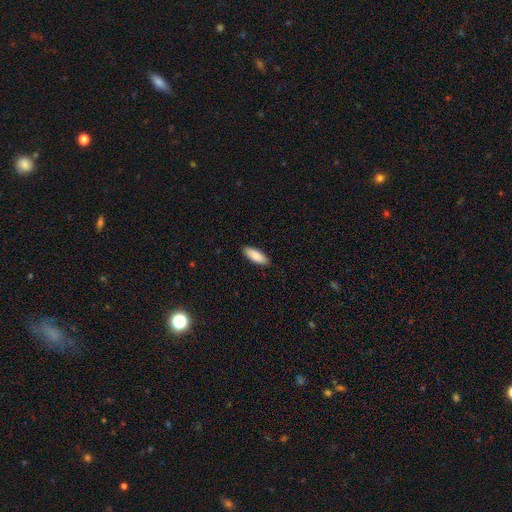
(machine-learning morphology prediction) Overall: smooth (89%). How rounded: in between (71%). Merging: none (89%).